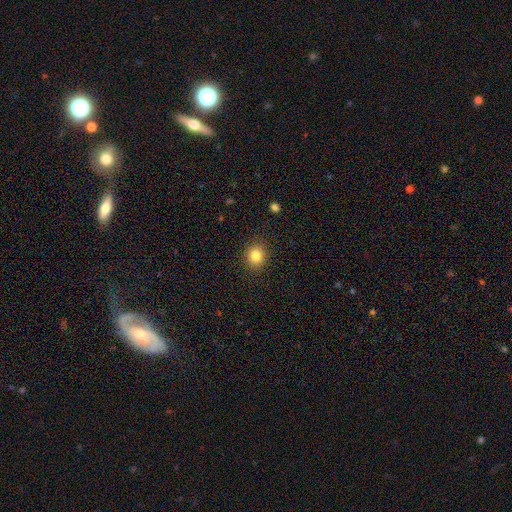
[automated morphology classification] Smooth or featured? smooth (83%)
How rounded? round (73%)
Merging? none (88%)